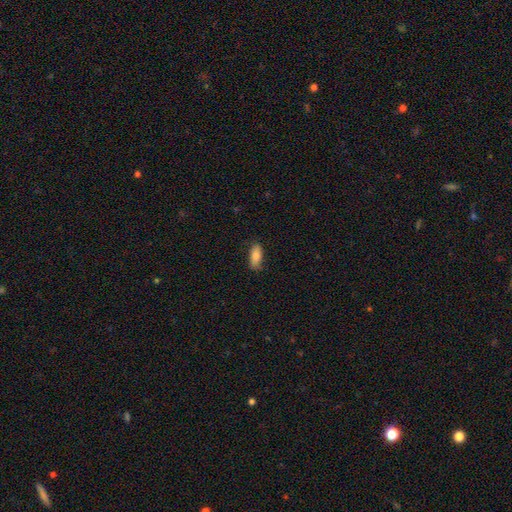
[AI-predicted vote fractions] smooth_or_featured: smooth (p=0.80) [alt: featured or disk p=0.13]
how_rounded: in between (p=0.79) [alt: cigar-shaped p=0.18]
merging: none (p=0.82) [alt: minor disturbance p=0.15]